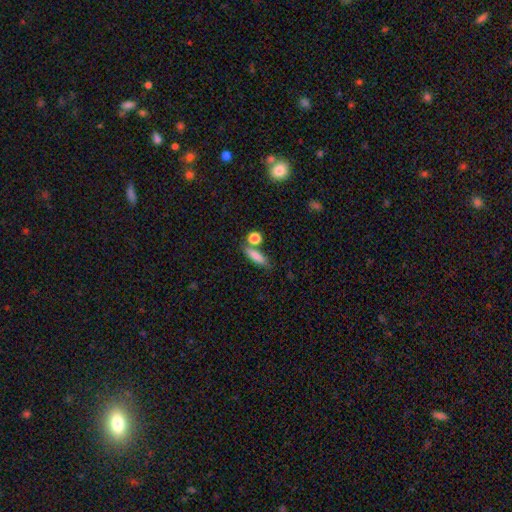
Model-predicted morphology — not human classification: This appears to be a smooth galaxy with no disk features (82%) that is cigar-shaped (51%). Merging: none (66%).